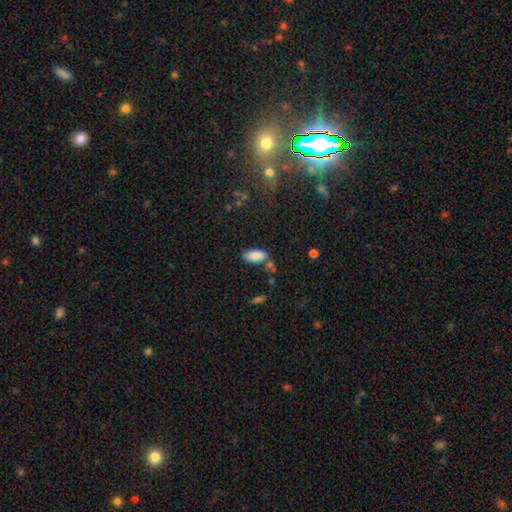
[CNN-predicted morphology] smooth 87%, star or artifact 8%, featured or disk 6%. Down the decision tree: how rounded — in between (90%); merging — none (67%).